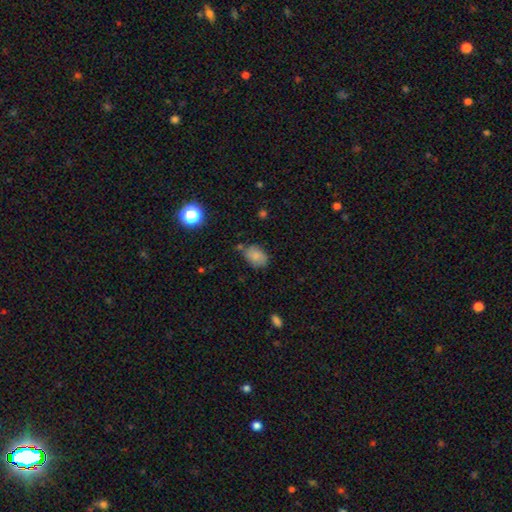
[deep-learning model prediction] Q: Smooth or featured?
A: smooth (80%); runner-up: featured or disk (10%)
Q: How rounded?
A: in between (78%); runner-up: round (20%)
Q: Merging?
A: none (67%); runner-up: minor disturbance (22%)